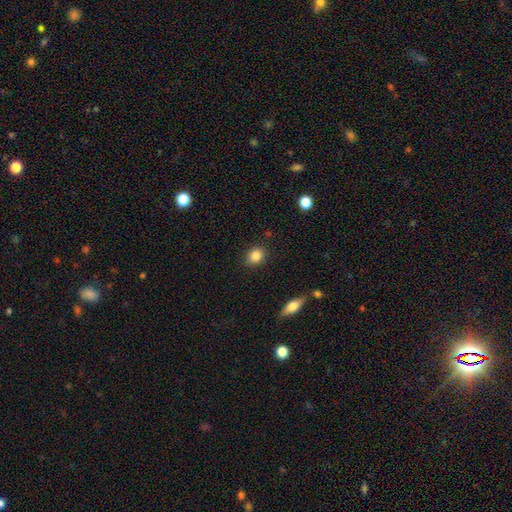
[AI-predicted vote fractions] Smooth or featured? smooth (85%)
How rounded? round (63%)
Merging? none (88%)